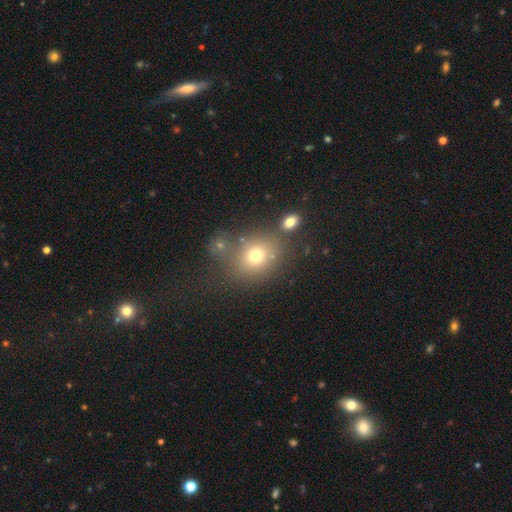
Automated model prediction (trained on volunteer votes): smooth 71%, star or artifact 16%, featured or disk 13%. Down the decision tree: how rounded — round (59%); merging — none (60%).